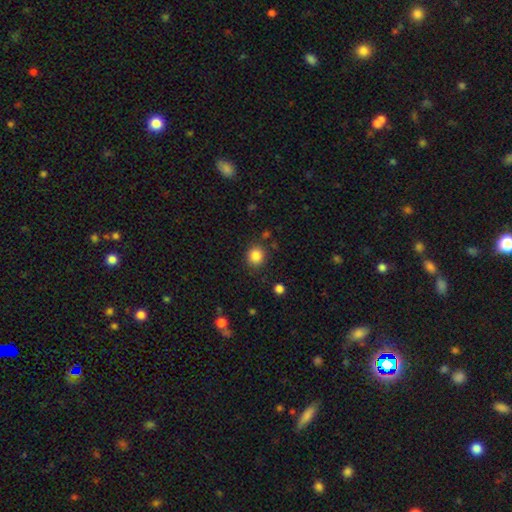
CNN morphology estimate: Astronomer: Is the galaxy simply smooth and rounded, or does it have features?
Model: smooth — 86%.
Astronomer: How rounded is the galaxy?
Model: round — 82%.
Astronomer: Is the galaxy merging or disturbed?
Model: none — 86%.